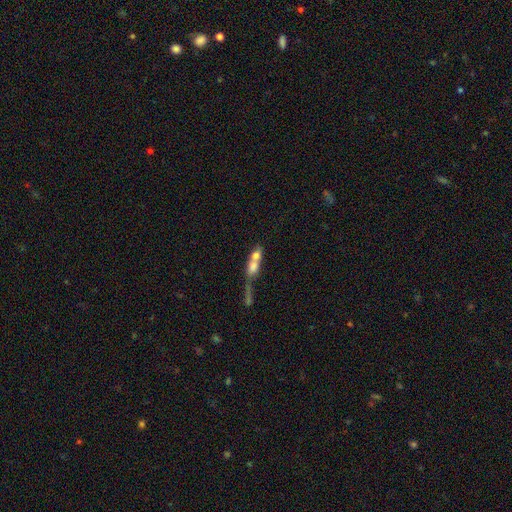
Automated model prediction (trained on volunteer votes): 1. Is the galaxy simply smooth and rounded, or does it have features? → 59% smooth, 31% featured or disk, 10% star or artifact.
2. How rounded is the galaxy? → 56% in between, 22% round, 21% cigar-shaped.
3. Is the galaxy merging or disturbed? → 72% merger, 12% none, 10% major disturbance, 6% minor disturbance.